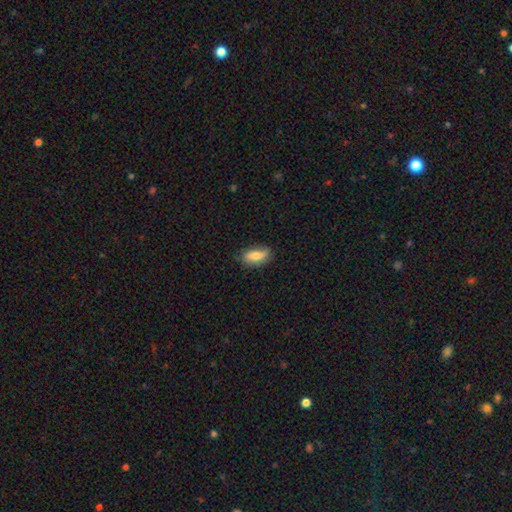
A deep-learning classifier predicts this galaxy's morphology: Smooth or featured: smooth — 64% (featured or disk — 28%)
How rounded: in between — 83% (cigar-shaped — 13%)
Merging: none — 72% (minor disturbance — 22%)